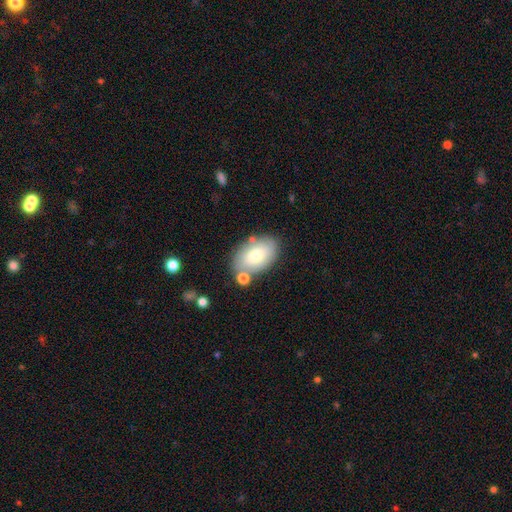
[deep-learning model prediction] This is likely a smooth galaxy (71%). How rounded: clearly in between (90%). Merging: likely none (69%).